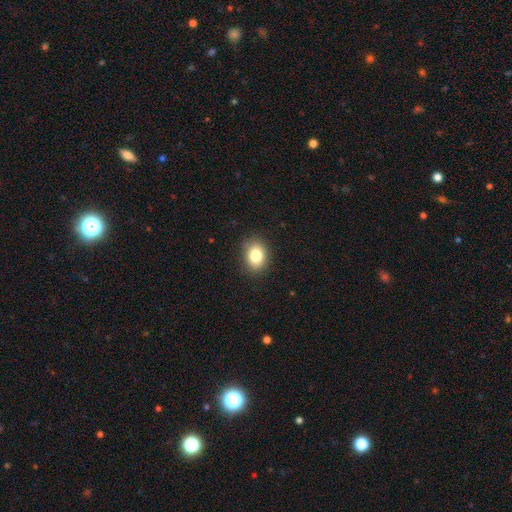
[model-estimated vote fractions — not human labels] Q: Smooth or featured?
A: smooth (82%); runner-up: star or artifact (10%)
Q: How rounded?
A: in between (63%); runner-up: round (36%)
Q: Merging?
A: none (87%); runner-up: minor disturbance (10%)